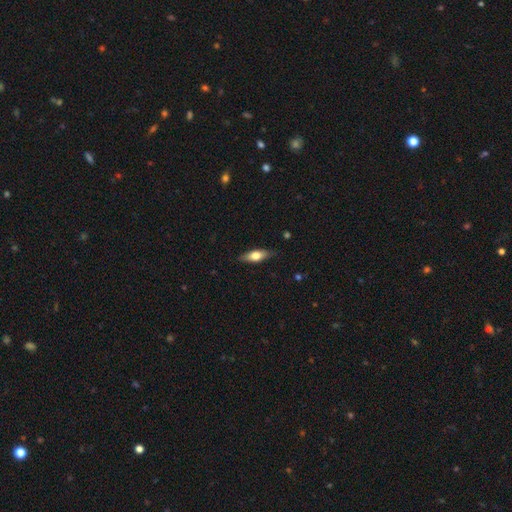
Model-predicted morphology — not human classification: Overall: smooth (61%; featured or disk 33%). How rounded: in between (60%; cigar-shaped 37%). Merging: none (84%).